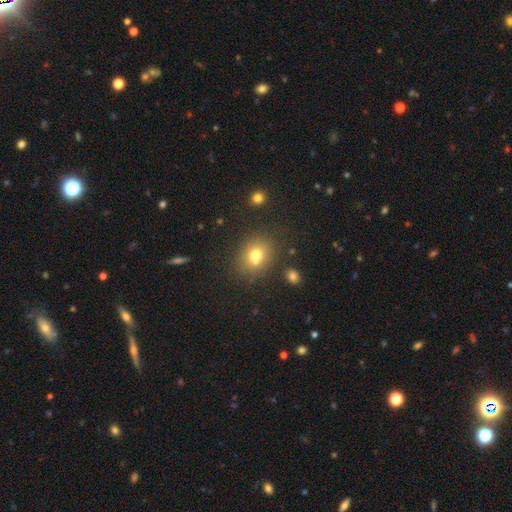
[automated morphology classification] smooth-or-featured: smooth: 72% | star or artifact: 15% | featured or disk: 14%
  how-rounded: round: 56% | in between: 43% | cigar-shaped: 1%
  merging: none: 66% | merger: 15% | minor disturbance: 13% | major disturbance: 5%